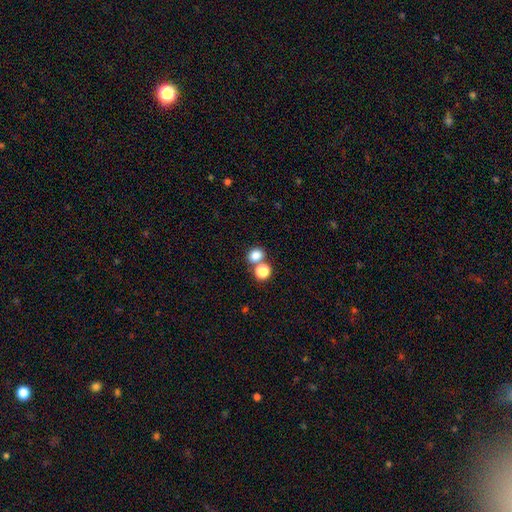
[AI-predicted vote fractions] This is clearly a smooth galaxy (81%). How rounded: likely round (66%). Merging: possibly none (57%).